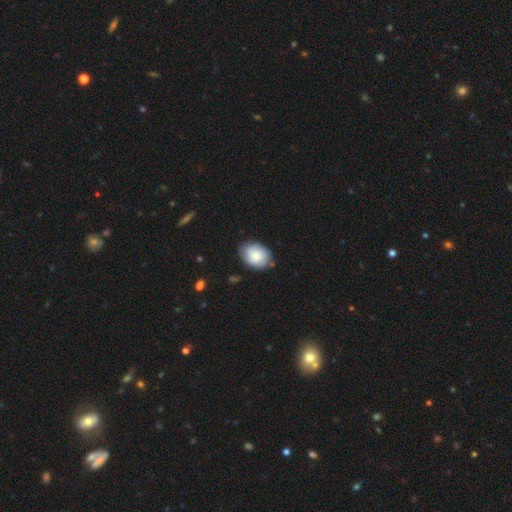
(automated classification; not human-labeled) Morphology: type=smooth (76%); roundness=in between (68%); merging=none (76%).